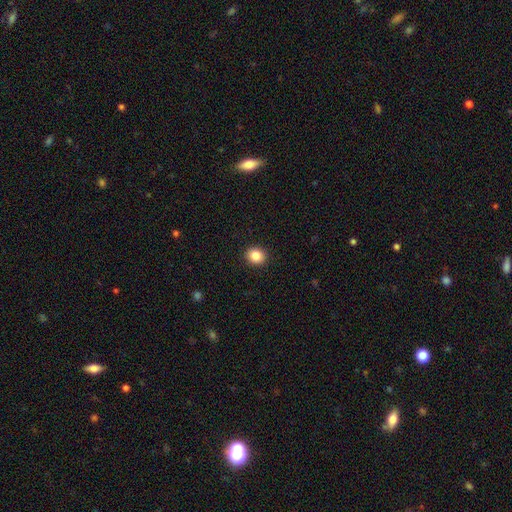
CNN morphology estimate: smooth 85%, star or artifact 10%, featured or disk 5%. Down the decision tree: how rounded — round (78%); merging — none (92%).